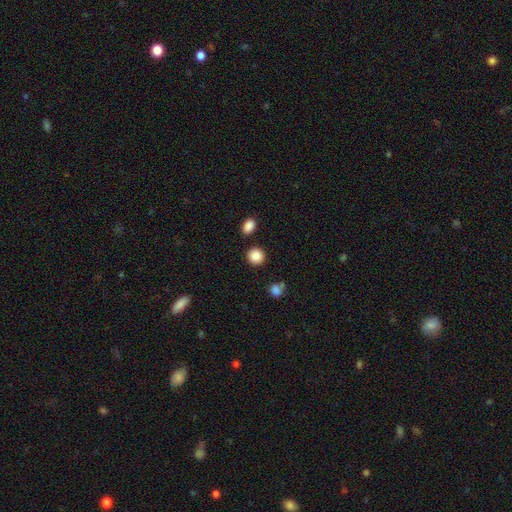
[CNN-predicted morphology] Q: Smooth or featured?
A: smooth (87%); runner-up: star or artifact (9%)
Q: How rounded?
A: round (88%); runner-up: in between (11%)
Q: Merging?
A: none (87%); runner-up: minor disturbance (6%)